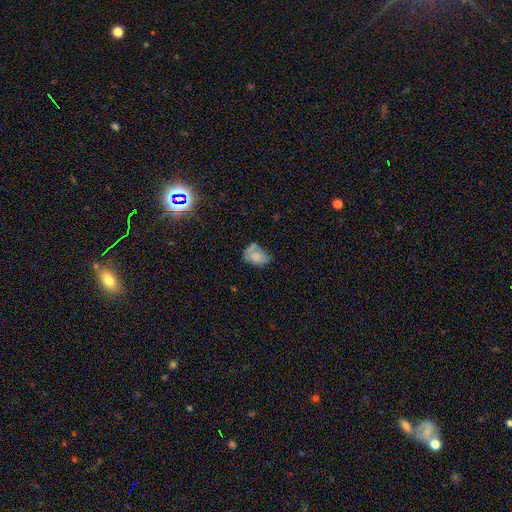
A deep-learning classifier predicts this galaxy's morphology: This appears to be a smooth galaxy with no disk features (68%) that is in between round and cigar-shaped (83%). Merging: none (39%).